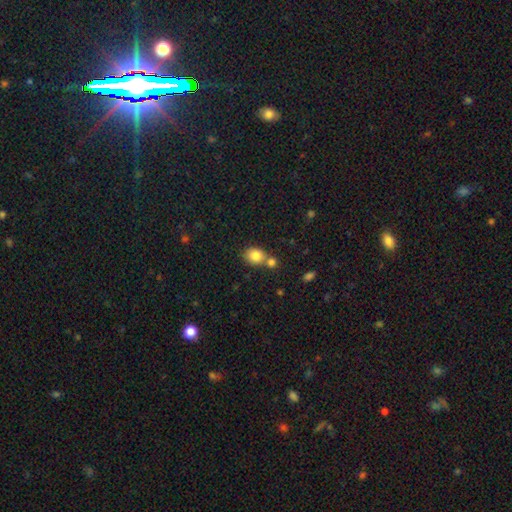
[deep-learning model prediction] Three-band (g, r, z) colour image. It shows a smooth galaxy with no disk features (83%) that is round (59%). Merging: none (53%).